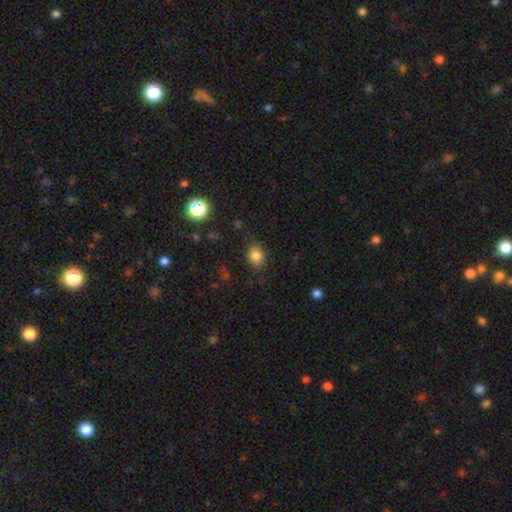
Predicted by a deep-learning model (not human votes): Smooth or featured? smooth (82%)
How rounded? in between (60%)
Merging? none (77%)